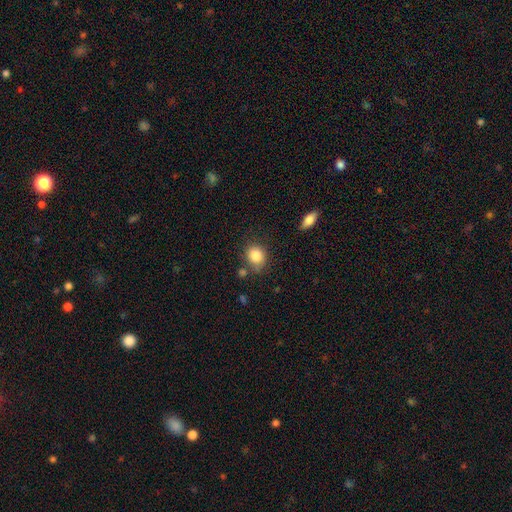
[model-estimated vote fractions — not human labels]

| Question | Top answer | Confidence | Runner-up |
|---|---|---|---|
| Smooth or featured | smooth | 84% | star or artifact (9%) |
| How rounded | round | 68% | in between (31%) |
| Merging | none | 71% | minor disturbance (16%) |